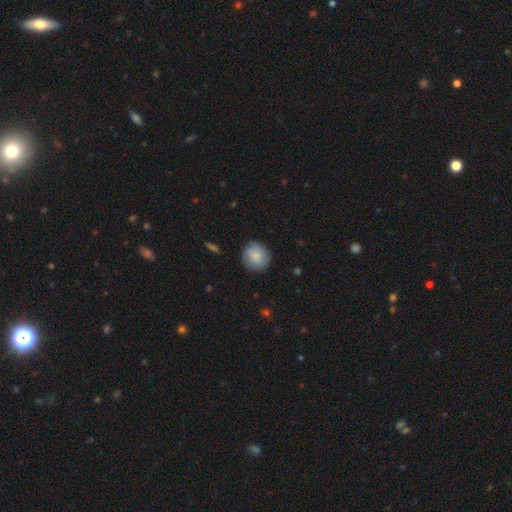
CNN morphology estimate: A smooth galaxy with no disk features (85%) that is round (89%).

Vote fractions:
- Smooth or featured? smooth: 85% / featured or disk: 9% / star or artifact: 6%
- How rounded? round: 89% / in between: 10% / cigar-shaped: 1%
- Merging? none: 86% / minor disturbance: 10% / major disturbance: 2% / merger: 1%